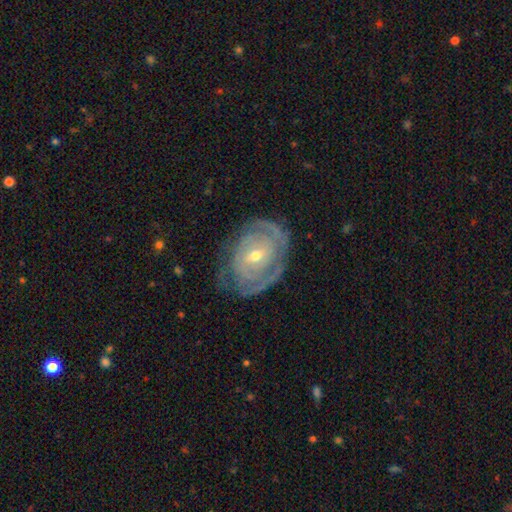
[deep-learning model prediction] featured or disk 85%, smooth 10%, star or artifact 5%. Down the decision tree: edge-on disk — no (96%); bar — weak (44%); spiral arms — yes (92%); spiral arm count — 2 (38%); spiral winding — tight (74%); bulge size — moderate (50%); merging — none (70%).